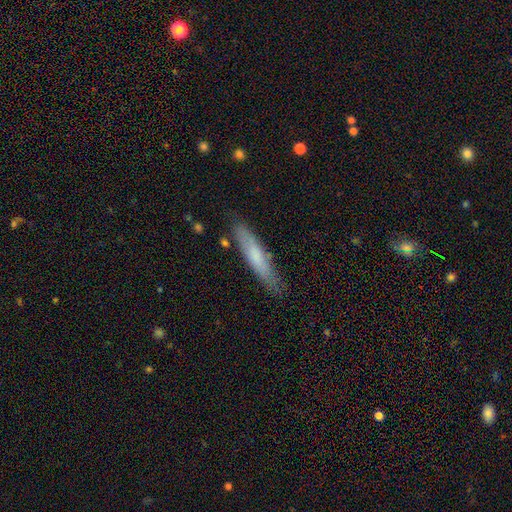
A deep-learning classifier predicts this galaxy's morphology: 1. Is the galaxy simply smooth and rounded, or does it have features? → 67% smooth, 27% featured or disk, 6% star or artifact.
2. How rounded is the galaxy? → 88% cigar-shaped, 11% in between, 1% round.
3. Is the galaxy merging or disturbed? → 81% none, 14% minor disturbance, 3% major disturbance, 2% merger.